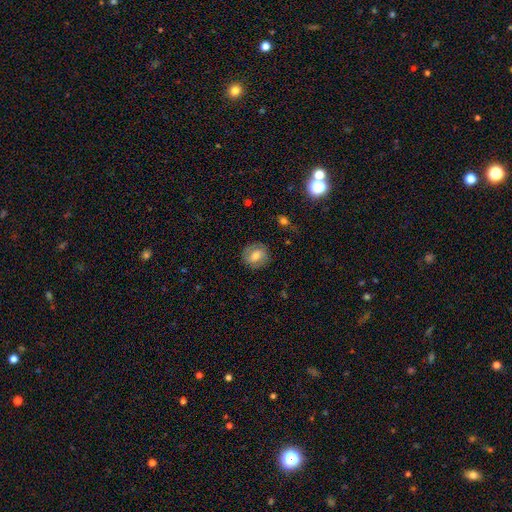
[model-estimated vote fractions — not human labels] This is possibly a smooth galaxy (54%). How rounded: likely round (78%). Merging: clearly none (83%).